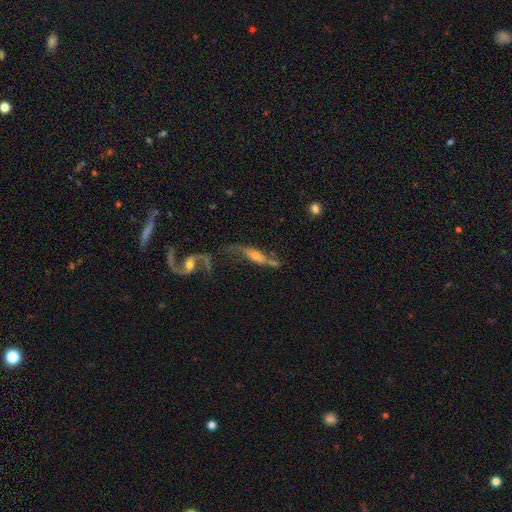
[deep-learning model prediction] Smooth or featured? featured or disk (74%)
Edge-on disk? no (61%)
Merging? none (33%)